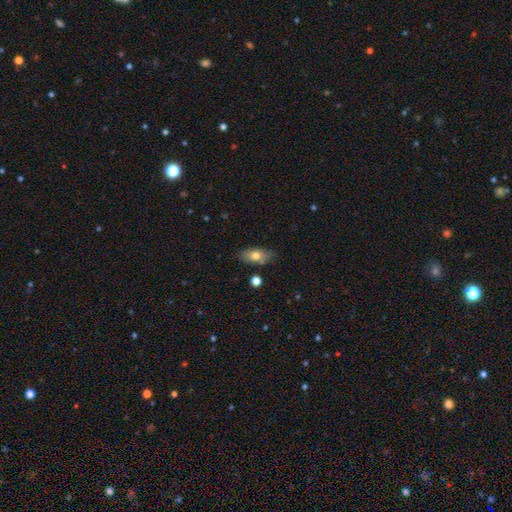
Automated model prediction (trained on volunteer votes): Overall: smooth (71%). How rounded: in between (84%). Merging: none (79%).